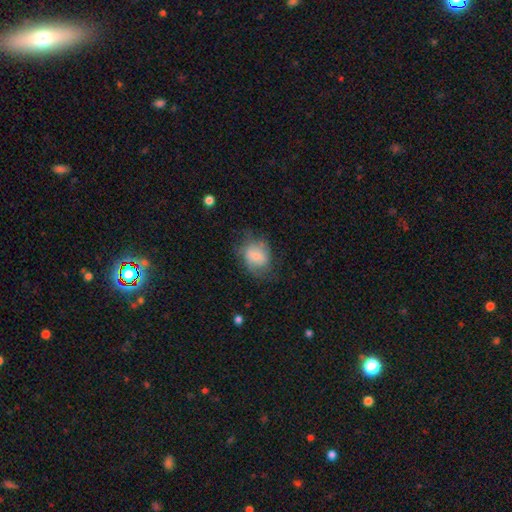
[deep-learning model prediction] smooth_or_featured: smooth (p=0.61) [alt: featured or disk p=0.31]
how_rounded: round (p=0.50) [alt: in between p=0.49]
merging: none (p=0.51) [alt: minor disturbance p=0.28]